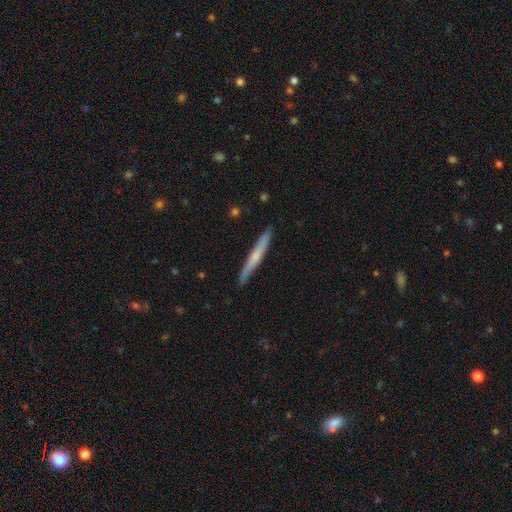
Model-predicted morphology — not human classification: Smooth or featured: smooth — 50% (featured or disk — 45%)
Merging: none — 90% (minor disturbance — 8%)